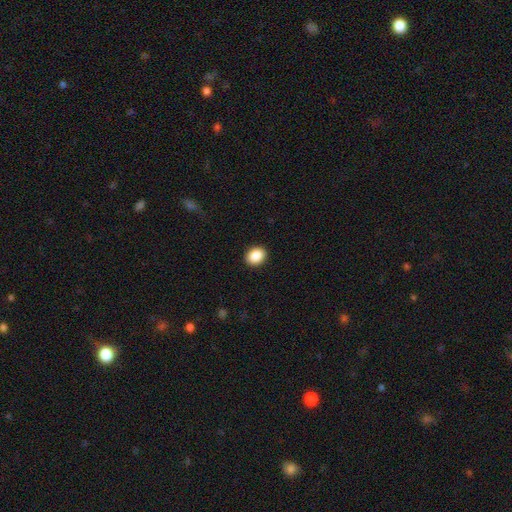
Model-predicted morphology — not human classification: Smooth or featured? Predicted: smooth (p=0.88). How rounded? Predicted: round (p=0.52). Merging? Predicted: none (p=0.92).